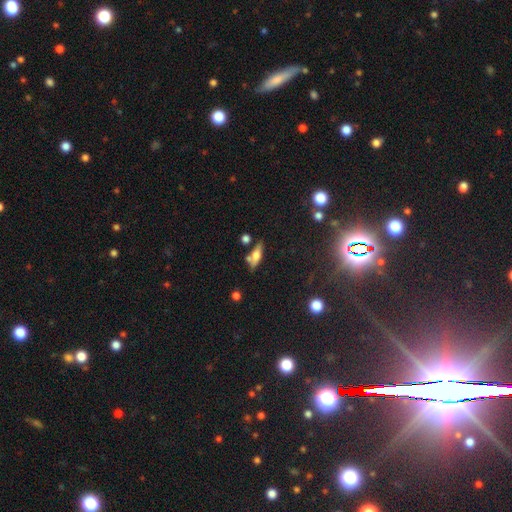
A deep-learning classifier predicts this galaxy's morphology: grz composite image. It shows a smooth galaxy with no disk features (55%) that is in between round and cigar-shaped (56%). Merging: none (61%).